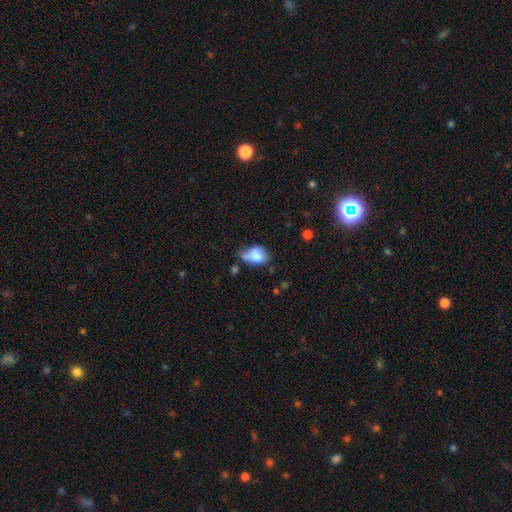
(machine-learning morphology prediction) Smooth or featured? smooth (69%)
How rounded? in between (75%)
Merging? minor disturbance (33%)